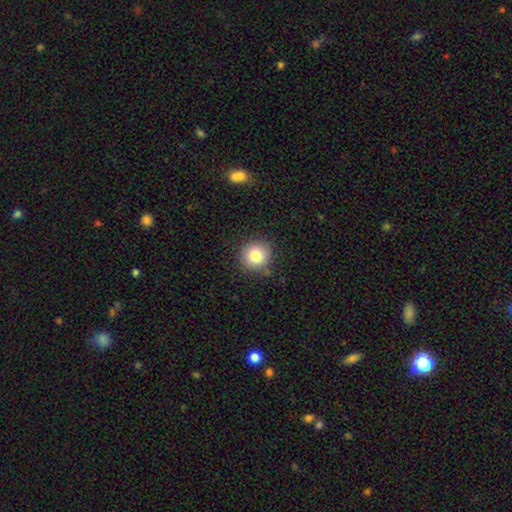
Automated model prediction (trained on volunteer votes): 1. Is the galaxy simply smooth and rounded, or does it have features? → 81% smooth, 11% star or artifact, 8% featured or disk.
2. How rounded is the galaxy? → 92% round, 7% in between, 1% cigar-shaped.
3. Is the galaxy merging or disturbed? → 86% none, 10% minor disturbance, 3% major disturbance, 2% merger.